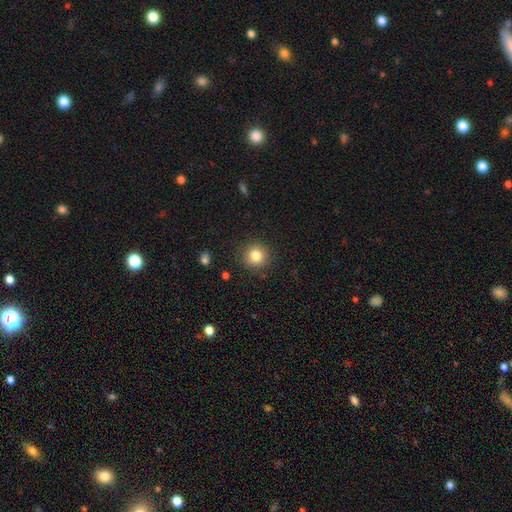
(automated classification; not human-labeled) This appears to be a smooth galaxy with no disk features (81%) that is round (92%). Merging: none (90%).